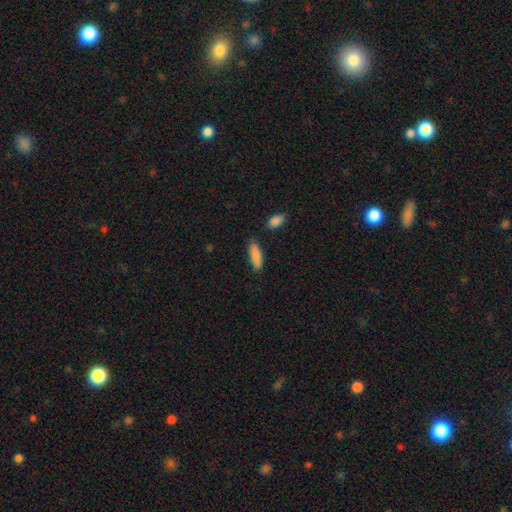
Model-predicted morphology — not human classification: This is clearly a smooth galaxy (87%). How rounded: possibly in between (51%). Merging: likely none (78%).